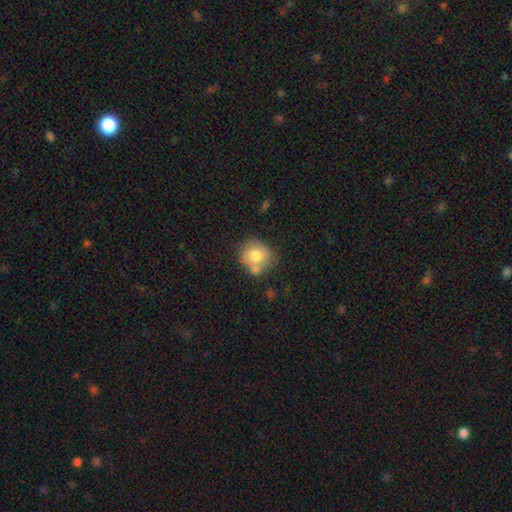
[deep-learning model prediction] This is likely a smooth galaxy (75%). How rounded: clearly round (80%). Merging: possibly none (57%).